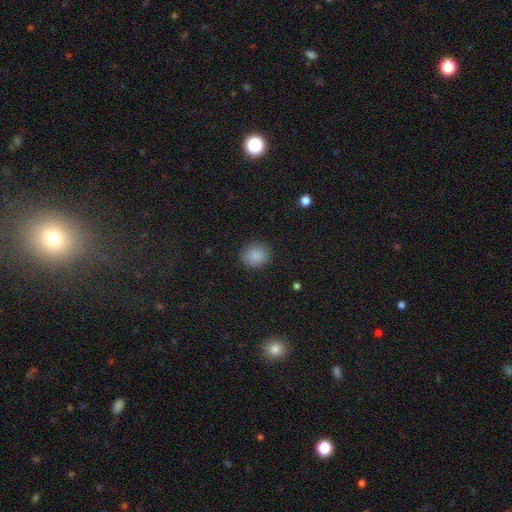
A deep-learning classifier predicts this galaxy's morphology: A smooth galaxy with no disk features (87%) that is round (81%). Merging: none (88%).